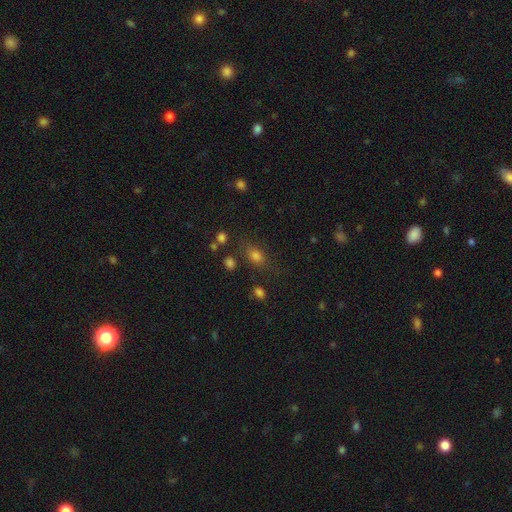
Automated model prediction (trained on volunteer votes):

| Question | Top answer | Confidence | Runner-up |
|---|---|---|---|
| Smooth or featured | smooth | 72% | star or artifact (19%) |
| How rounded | in between | 66% | round (29%) |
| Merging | none | 72% | minor disturbance (16%) |